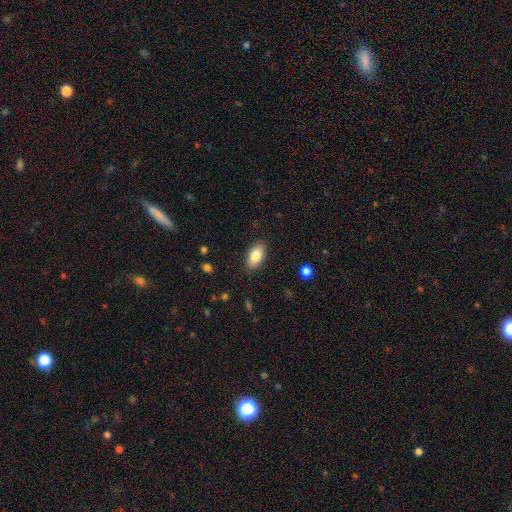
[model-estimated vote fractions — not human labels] A smooth galaxy with no disk features (84%) that is in between round and cigar-shaped (93%). Merging: none (87%).